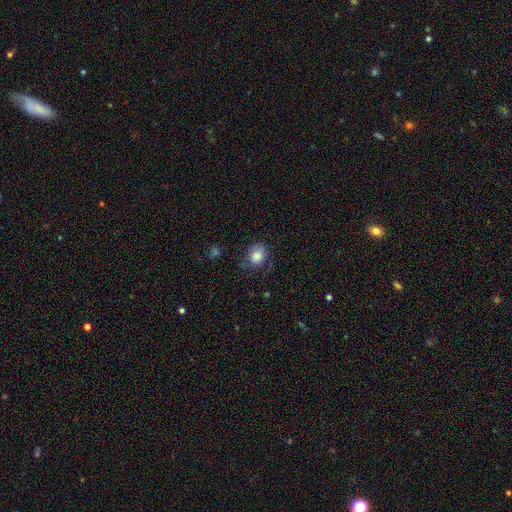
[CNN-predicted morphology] Q: Smooth or featured?
A: smooth (82%); runner-up: star or artifact (9%)
Q: How rounded?
A: round (57%); runner-up: in between (42%)
Q: Merging?
A: none (67%); runner-up: minor disturbance (22%)